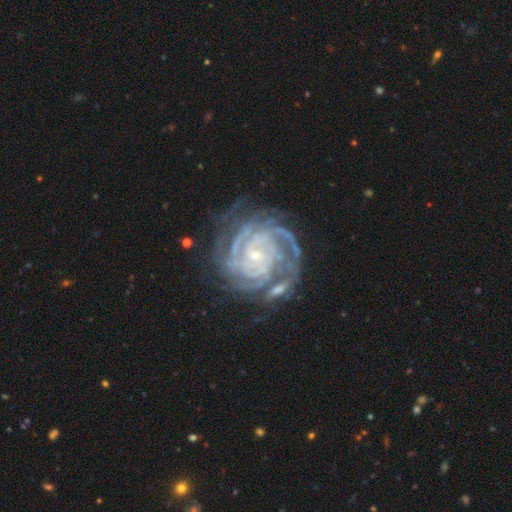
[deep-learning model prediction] smooth_or_featured: featured or disk (p=0.91) [alt: star or artifact p=0.06]
disk_edge_on: no (p=0.98) [alt: yes p=0.02]
bar: no (p=0.70) [alt: weak p=0.21]
has_spiral_arms: yes (p=0.98) [alt: no p=0.02]
spiral_winding: tight (p=0.78) [alt: medium p=0.19]
spiral_arm_count: 4 (p=0.33) [alt: 3 p=0.19]
bulge_size: small (p=0.86) [alt: moderate p=0.10]
merging: none (p=0.61) [alt: minor disturbance p=0.20]